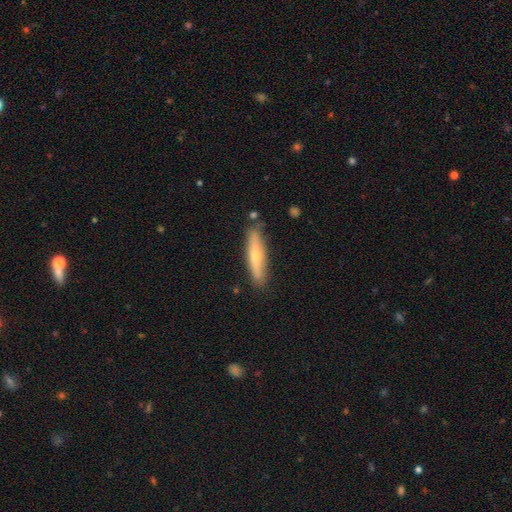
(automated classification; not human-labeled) The model was most divided on "smooth or featured": smooth: 52%, featured or disk: 42%, star or artifact: 6%. More confident: how rounded — cigar-shaped (84%); merging — none (83%).